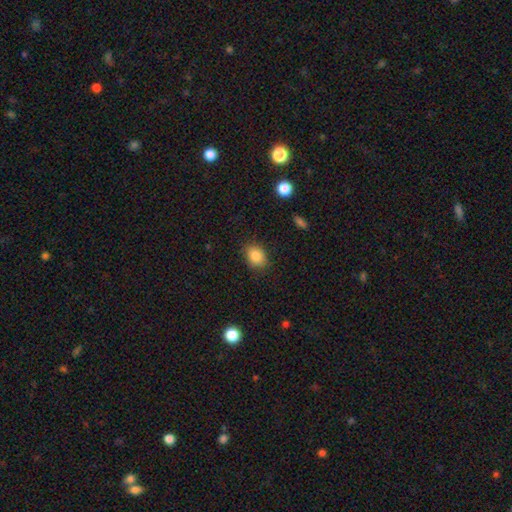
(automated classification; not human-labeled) Overall: smooth (86%). How rounded: in between (67%; round 32%). Merging: none (84%).